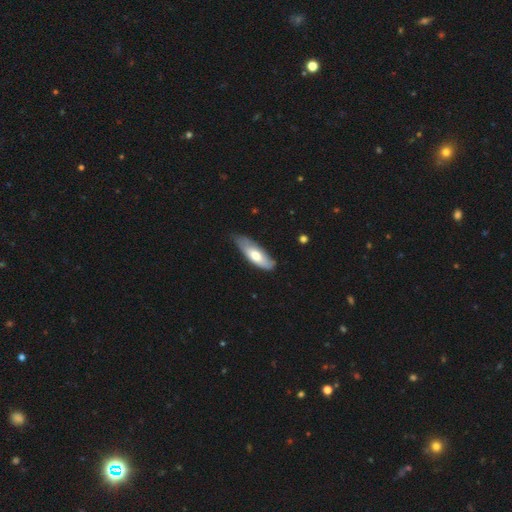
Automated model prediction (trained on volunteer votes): Morphology: type=smooth (64%); roundness=in between (59%); merging=none (59%).